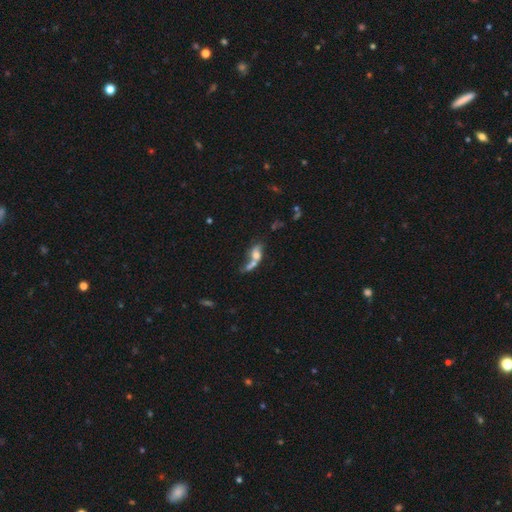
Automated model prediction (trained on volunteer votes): This is possibly a smooth galaxy (48%). Merging: possibly merger (56%).